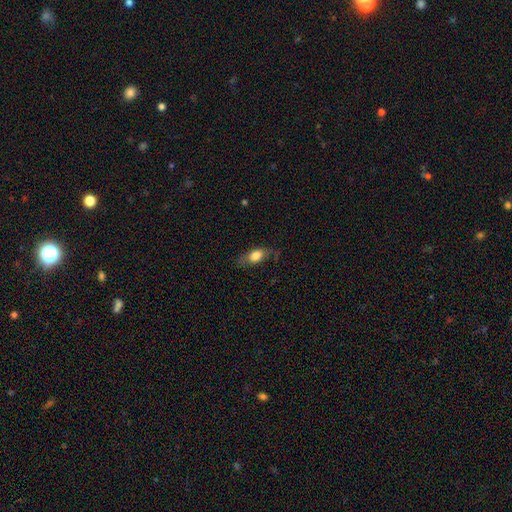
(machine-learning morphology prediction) A smooth galaxy with no disk features (72%) that is in between round and cigar-shaped (79%).

Vote fractions:
- Smooth or featured? smooth: 72% / featured or disk: 21% / star or artifact: 8%
- How rounded? in between: 79% / cigar-shaped: 15% / round: 6%
- Merging? none: 65% / minor disturbance: 24% / major disturbance: 10% / merger: 2%